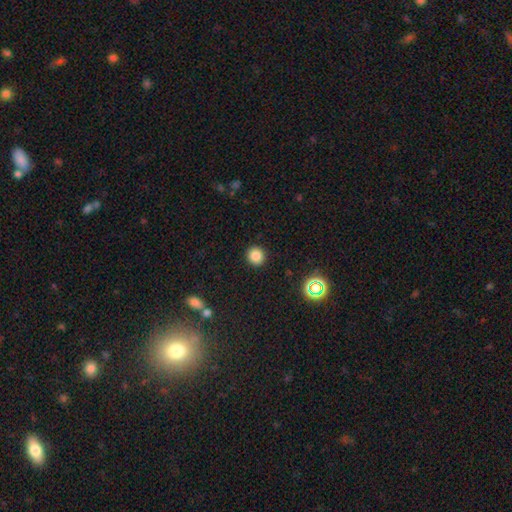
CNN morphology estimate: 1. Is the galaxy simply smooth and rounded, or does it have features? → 83% smooth, 13% star or artifact, 4% featured or disk.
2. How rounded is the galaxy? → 92% round, 7% in between, 1% cigar-shaped.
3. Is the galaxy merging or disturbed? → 91% none, 5% minor disturbance, 2% major disturbance, 1% merger.